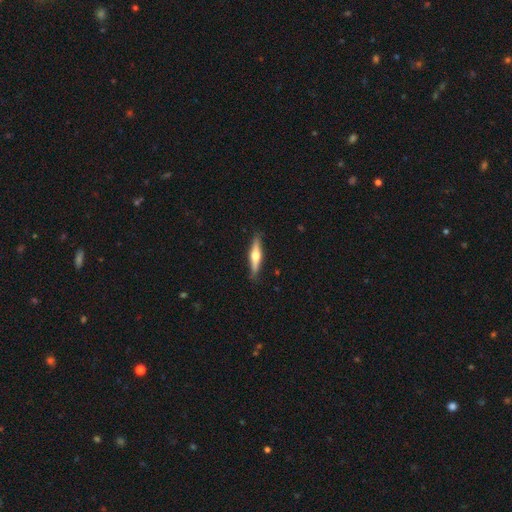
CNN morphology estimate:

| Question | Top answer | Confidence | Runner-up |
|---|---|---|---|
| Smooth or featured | featured or disk | 57% | smooth (37%) |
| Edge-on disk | yes | 95% | no (5%) |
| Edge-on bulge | rounded | 92% | boxy (4%) |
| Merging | none | 87% | minor disturbance (10%) |